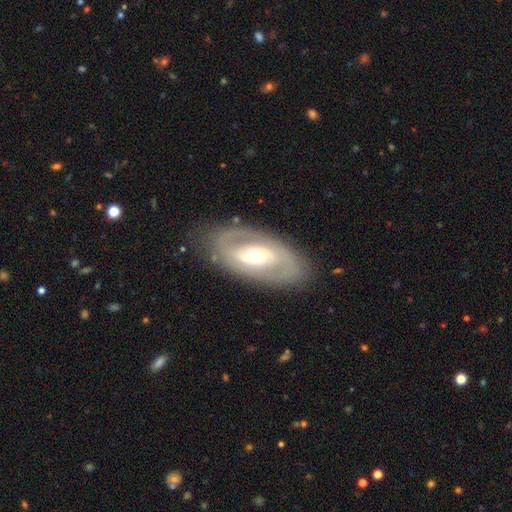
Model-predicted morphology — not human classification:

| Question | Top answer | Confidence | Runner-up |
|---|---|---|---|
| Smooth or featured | featured or disk | 70% | smooth (24%) |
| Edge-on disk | no | 90% | yes (10%) |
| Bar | no | 47% | weak (31%) |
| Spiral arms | no | 55% | yes (45%) |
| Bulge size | moderate | 59% | small (32%) |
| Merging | none | 80% | minor disturbance (13%) |